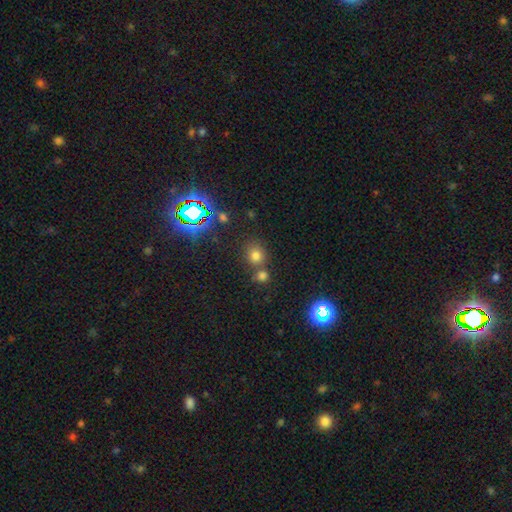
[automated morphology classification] Q: Smooth or featured?
A: smooth (70%); runner-up: star or artifact (23%)
Q: How rounded?
A: round (81%); runner-up: in between (18%)
Q: Merging?
A: none (60%); runner-up: merger (28%)